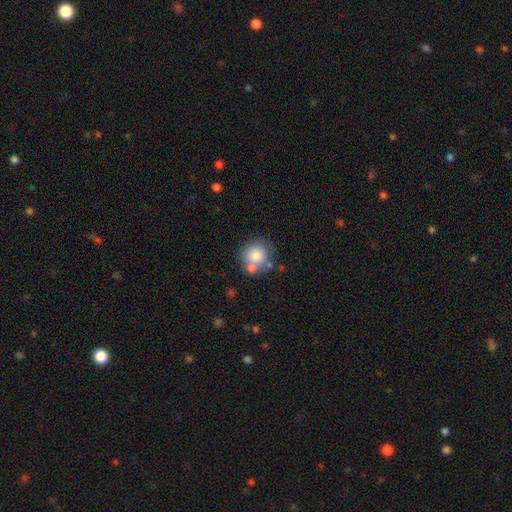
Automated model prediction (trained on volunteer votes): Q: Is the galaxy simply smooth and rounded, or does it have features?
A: smooth — 78%.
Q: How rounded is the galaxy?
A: round — 87%.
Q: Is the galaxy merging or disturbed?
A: none — 55%.